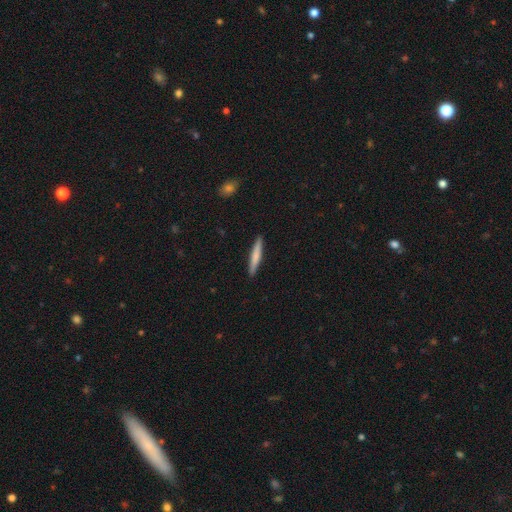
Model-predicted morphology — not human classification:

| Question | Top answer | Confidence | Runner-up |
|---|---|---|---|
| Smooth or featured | smooth | 70% | featured or disk (25%) |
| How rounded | cigar-shaped | 94% | in between (4%) |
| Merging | none | 92% | minor disturbance (6%) |